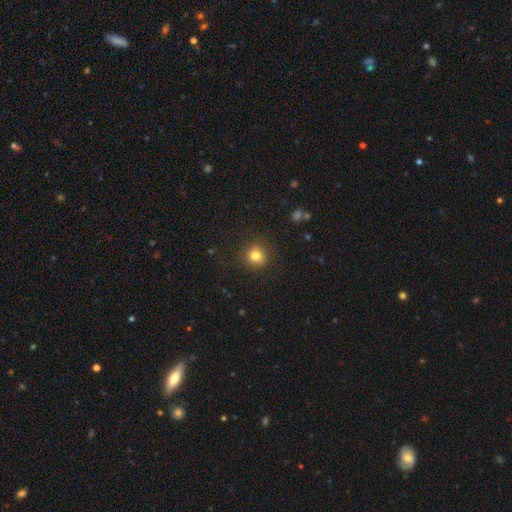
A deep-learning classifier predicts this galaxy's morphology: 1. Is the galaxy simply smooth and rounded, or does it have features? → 81% smooth, 13% star or artifact, 7% featured or disk.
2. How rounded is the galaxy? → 92% round, 7% in between, 1% cigar-shaped.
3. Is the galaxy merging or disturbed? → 89% none, 7% minor disturbance, 3% major disturbance, 1% merger.